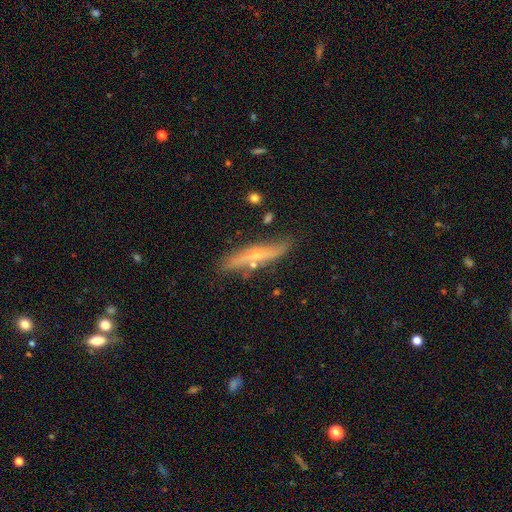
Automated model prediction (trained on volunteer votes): Smooth or featured: featured or disk — 56% (smooth — 37%)
Edge-on disk: yes — 81% (no — 19%)
Merging: none — 75% (minor disturbance — 16%)